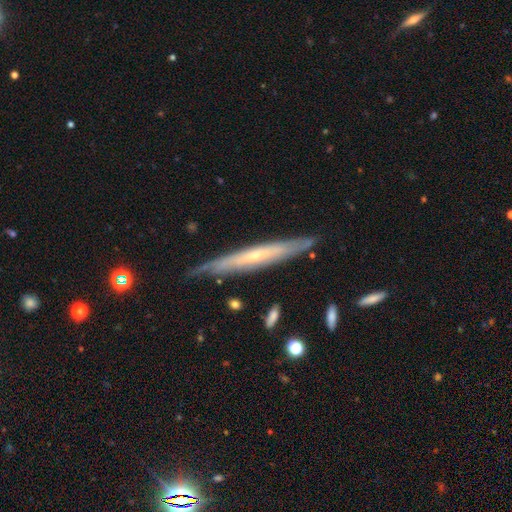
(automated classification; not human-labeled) Smooth or featured? featured or disk (67%)
Edge-on disk? yes (87%)
Edge-on bulge? none (49%)
Merging? none (79%)